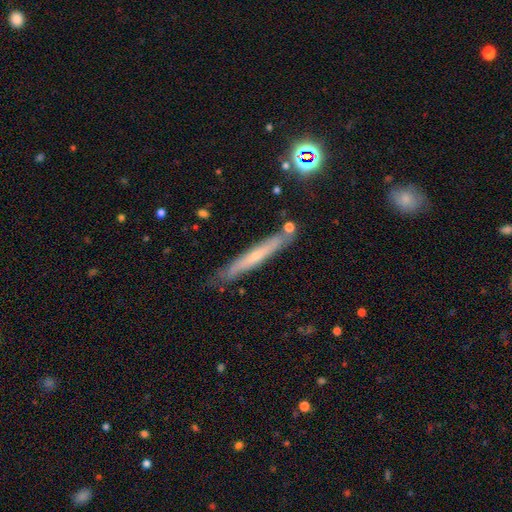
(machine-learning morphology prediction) Smooth or featured? featured or disk (51%)
Edge-on disk? yes (88%)
Merging? none (77%)